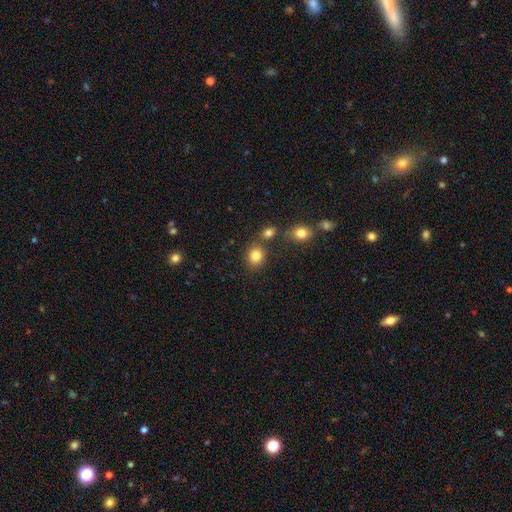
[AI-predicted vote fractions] Smooth or featured?
  - smooth: 83% *
  - star or artifact: 11%
  - featured or disk: 6%
How rounded?
  - round: 69% *
  - in between: 30%
  - cigar-shaped: 1%
Merging?
  - none: 71% *
  - merger: 15%
  - minor disturbance: 11%
  - major disturbance: 4%